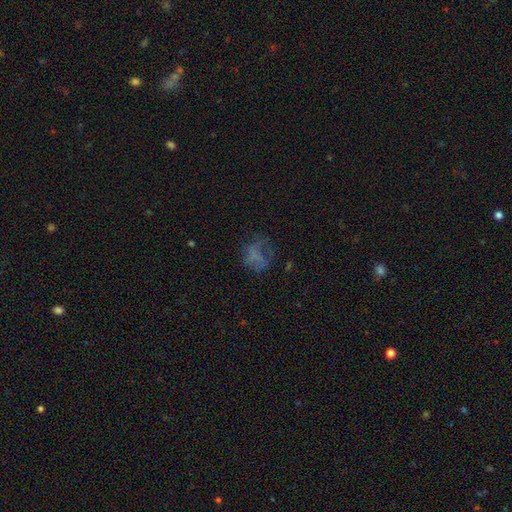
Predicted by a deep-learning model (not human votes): Morphology: type=smooth (48%); merging=none (48%).